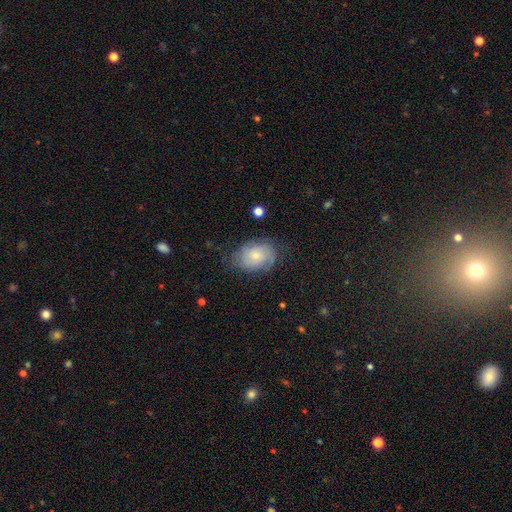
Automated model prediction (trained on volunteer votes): smooth_or_featured: featured or disk (p=0.49) [alt: smooth p=0.43]
merging: none (p=0.62) [alt: minor disturbance p=0.26]